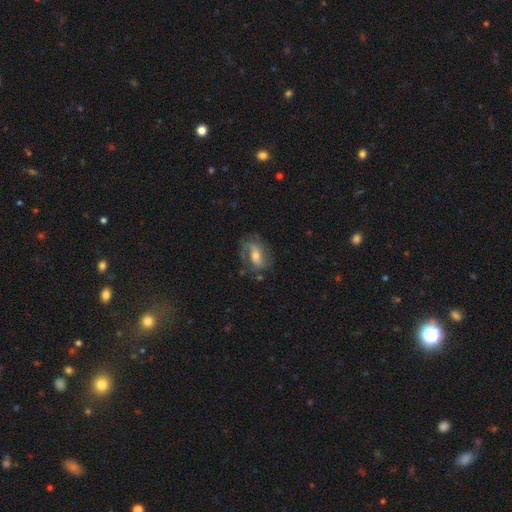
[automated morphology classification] Smooth or featured? Predicted: featured or disk (p=0.70). Edge-on disk? Predicted: no (p=0.94). Bar? Predicted: weak (p=0.39). Spiral arms? Predicted: yes (p=0.85). Spiral winding? Predicted: medium (p=0.43). Spiral arm count? Predicted: 2 (p=0.55). Bulge size? Predicted: moderate (p=0.56). Merging? Predicted: none (p=0.60).